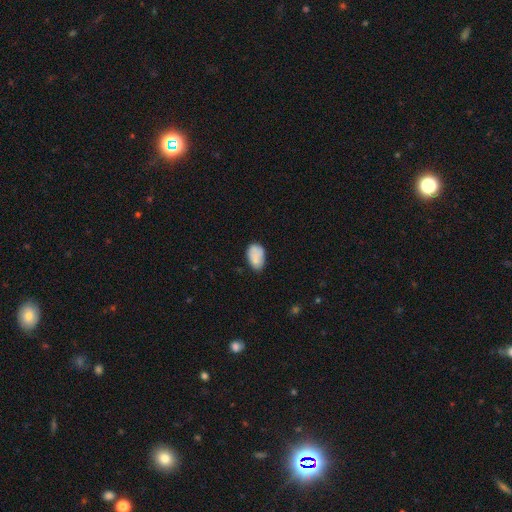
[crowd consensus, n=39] Smooth or featured: smooth — 85% (featured or disk — 10%)
How rounded: in between — 97% (round — 3%)
Merging: minor disturbance — 46% (none — 32%)